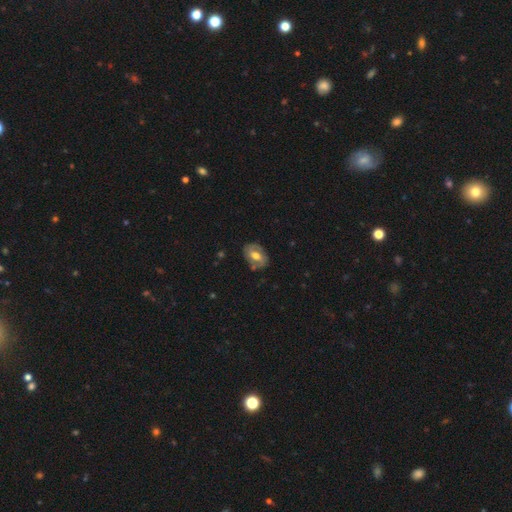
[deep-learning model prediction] Smooth or featured: featured or disk — 54% (smooth — 40%)
Edge-on disk: no — 94% (yes — 6%)
Bar: weak — 41% (no — 39%)
Spiral arms: yes — 54% (no — 46%)
Bulge size: moderate — 71% (large — 16%)
Merging: none — 73% (minor disturbance — 20%)